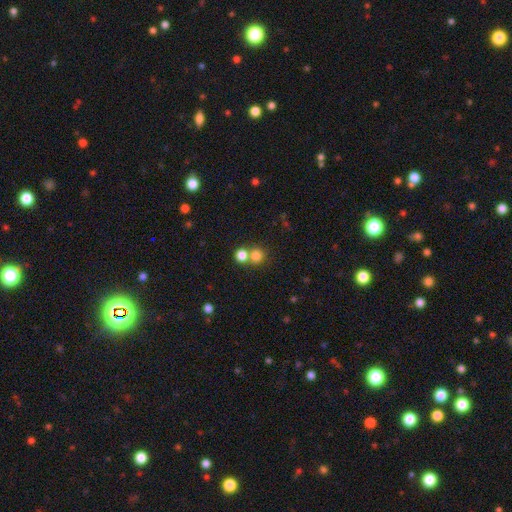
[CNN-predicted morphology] A smooth galaxy with no disk features (79%) that is round (89%). Merging: none (55%).